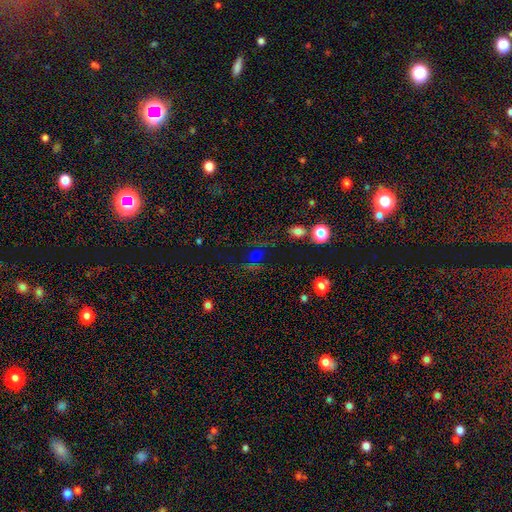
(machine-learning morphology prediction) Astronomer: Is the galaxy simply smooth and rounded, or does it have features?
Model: star or artifact — 43% (runner-up: smooth, 42%).